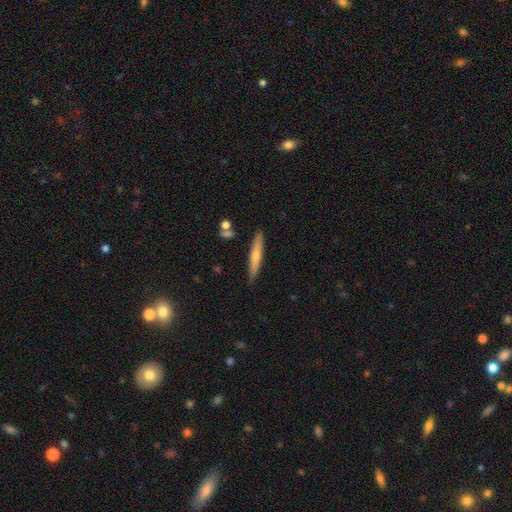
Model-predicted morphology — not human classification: The model was most divided on "smooth or featured": smooth: 54%, featured or disk: 40%, star or artifact: 6%. More confident: how rounded — cigar-shaped (91%); merging — none (86%).